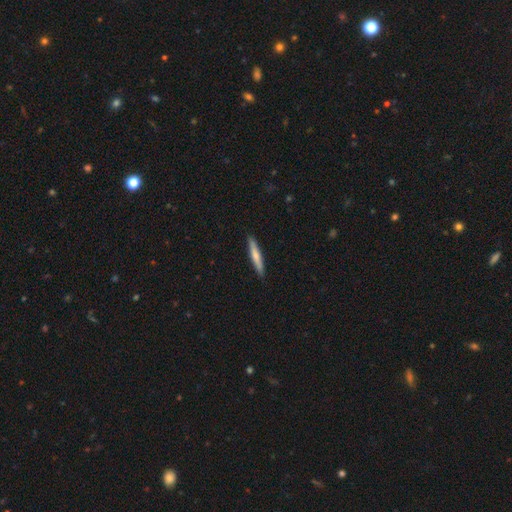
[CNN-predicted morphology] Smooth or featured?
  - smooth: 65% *
  - featured or disk: 29%
  - star or artifact: 5%
How rounded?
  - cigar-shaped: 94% *
  - in between: 5%
  - round: 1%
Merging?
  - none: 90% *
  - minor disturbance: 7%
  - major disturbance: 1%
  - merger: 1%